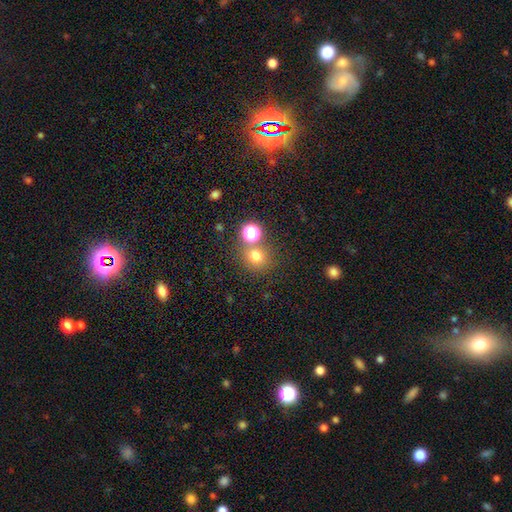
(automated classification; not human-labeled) This is likely a smooth galaxy (72%). How rounded: clearly round (86%). Merging: likely none (71%).